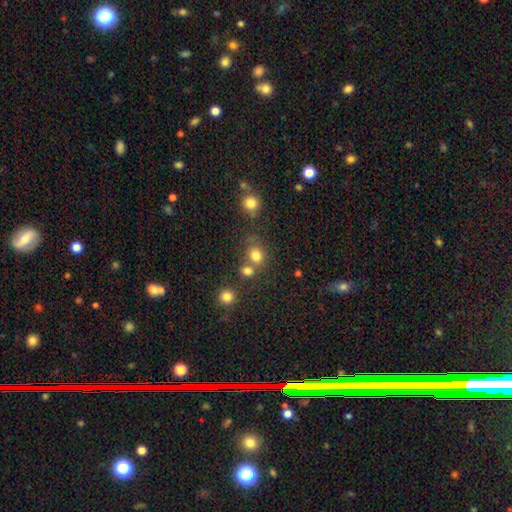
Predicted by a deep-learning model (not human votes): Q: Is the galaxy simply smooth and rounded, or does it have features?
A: smooth — 78%.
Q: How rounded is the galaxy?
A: round — 71%.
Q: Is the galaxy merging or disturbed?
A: none — 57%.